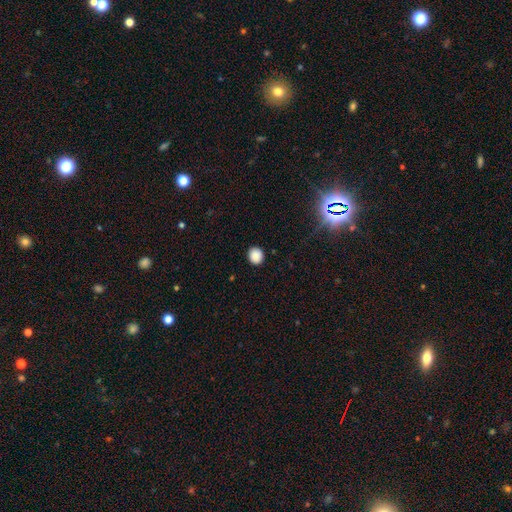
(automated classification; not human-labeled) smooth-or-featured: smooth: 87% | star or artifact: 10% | featured or disk: 3%
  how-rounded: round: 83% | in between: 16% | cigar-shaped: 1%
  merging: none: 90% | minor disturbance: 7% | major disturbance: 2% | merger: 1%